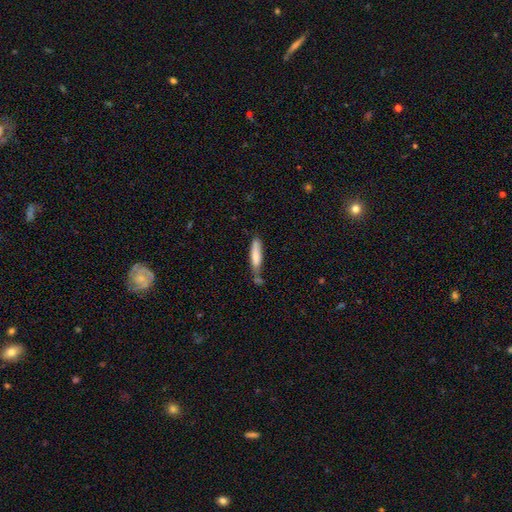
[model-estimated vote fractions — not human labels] Morphology: type=smooth (76%); roundness=cigar-shaped (77%); merging=none (45%).